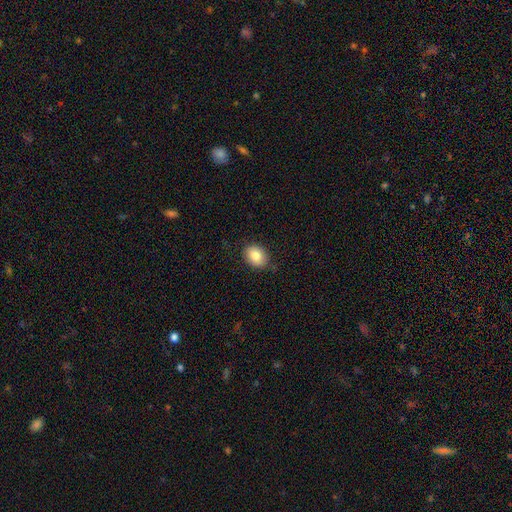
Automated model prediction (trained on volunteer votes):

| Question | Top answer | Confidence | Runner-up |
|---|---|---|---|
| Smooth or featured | smooth | 82% | featured or disk (10%) |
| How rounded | in between | 67% | round (32%) |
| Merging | none | 84% | minor disturbance (12%) |